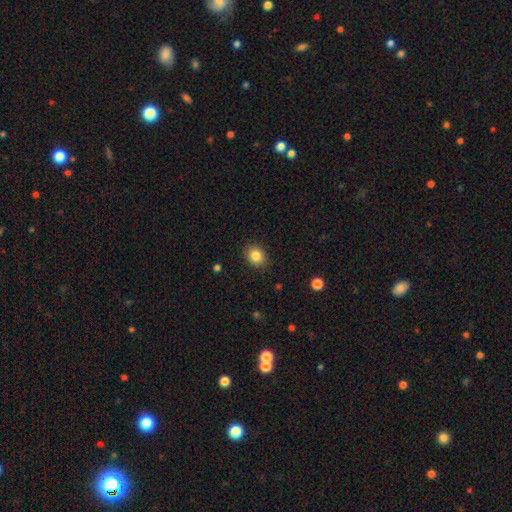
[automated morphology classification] Smooth or featured?
  - smooth: 85% *
  - star or artifact: 9%
  - featured or disk: 6%
How rounded?
  - round: 55% *
  - in between: 45%
  - cigar-shaped: 1%
Merging?
  - none: 88% *
  - minor disturbance: 9%
  - major disturbance: 2%
  - merger: 1%